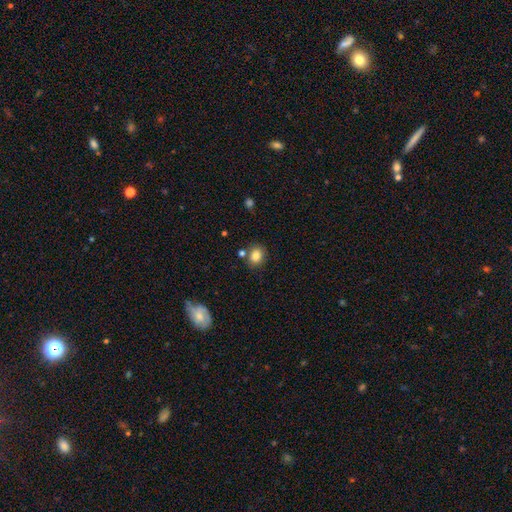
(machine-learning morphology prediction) A smooth galaxy with no disk features (83%) that is round (58%). Merging: none (75%).